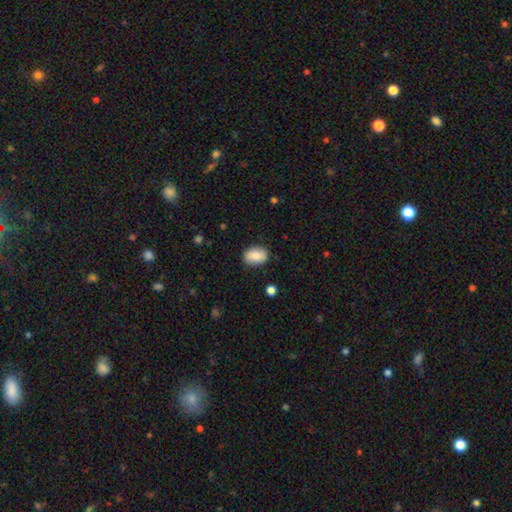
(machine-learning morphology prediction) Smooth or featured? smooth (81%)
How rounded? in between (80%)
Merging? none (84%)